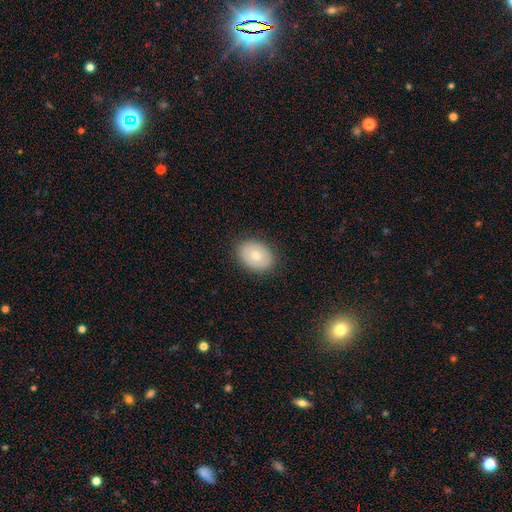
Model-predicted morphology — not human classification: smooth 73%, featured or disk 19%, star or artifact 7%. Down the decision tree: how rounded — in between (66%); merging — none (87%).